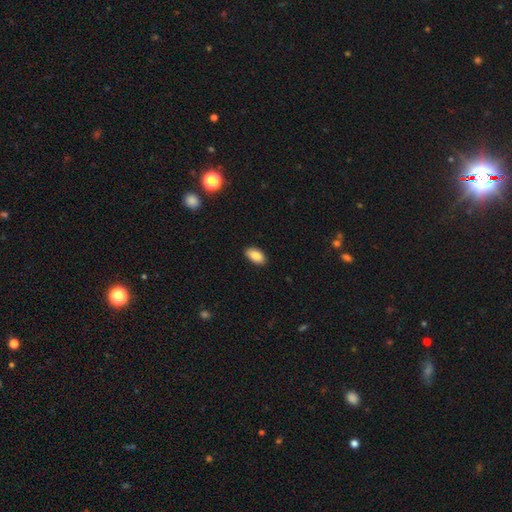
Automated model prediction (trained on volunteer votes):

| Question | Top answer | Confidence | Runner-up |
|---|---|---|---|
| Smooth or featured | smooth | 87% | star or artifact (7%) |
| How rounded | in between | 94% | round (4%) |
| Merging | none | 88% | minor disturbance (9%) |